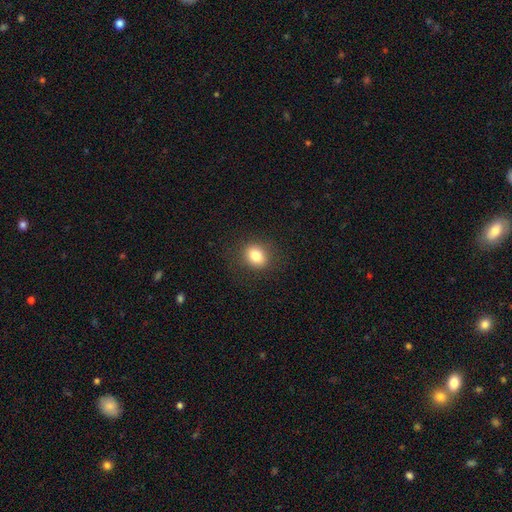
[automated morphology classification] The model was most divided on "how rounded": round: 55%, in between: 44%, cigar-shaped: 1%. More confident: merging — none (86%); smooth or featured — smooth (82%).